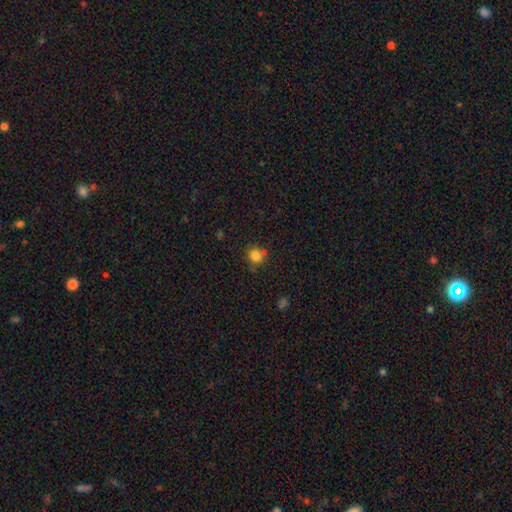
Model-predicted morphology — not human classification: A smooth galaxy with no disk features (83%) that is round (88%). Merging: none (72%).